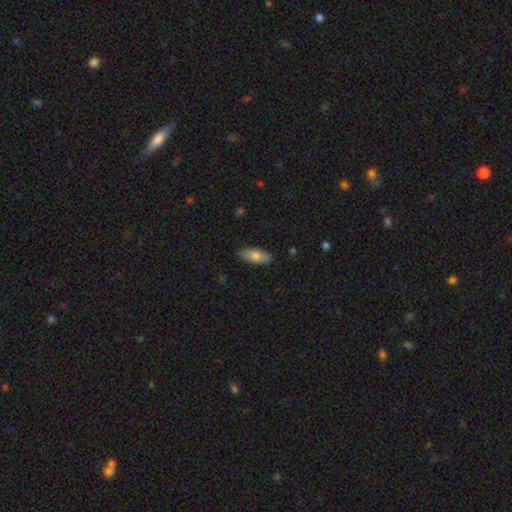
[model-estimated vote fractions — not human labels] This appears to be a smooth galaxy with no disk features (76%) that is in between round and cigar-shaped (81%). Merging: none (85%).